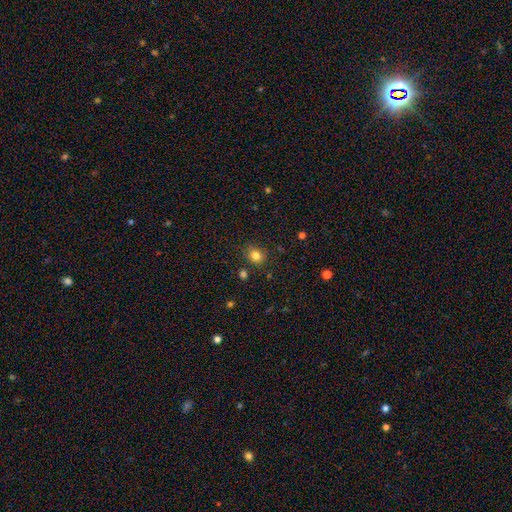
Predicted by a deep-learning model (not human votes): smooth_or_featured: smooth (p=0.81) [alt: star or artifact p=0.13]
how_rounded: round (p=0.64) [alt: in between p=0.35]
merging: none (p=0.81) [alt: minor disturbance p=0.13]